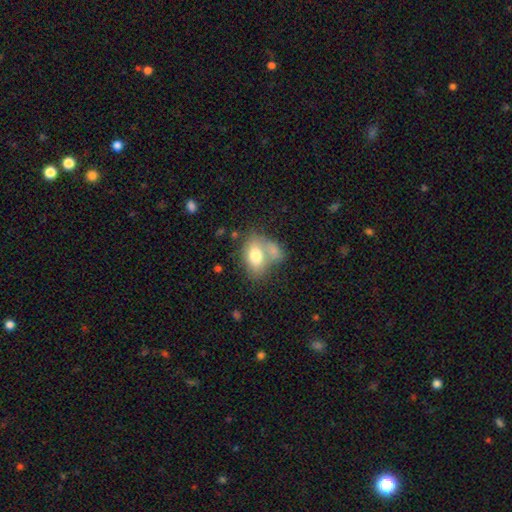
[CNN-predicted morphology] Q: Smooth or featured?
A: smooth (73%); runner-up: featured or disk (20%)
Q: How rounded?
A: in between (82%); runner-up: round (17%)
Q: Merging?
A: merger (45%); runner-up: none (32%)